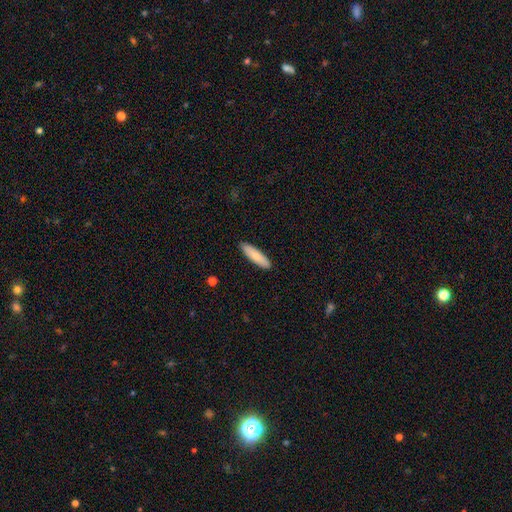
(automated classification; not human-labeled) Smooth or featured: smooth — 83% (featured or disk — 12%)
How rounded: cigar-shaped — 67% (in between — 32%)
Merging: none — 90% (minor disturbance — 8%)